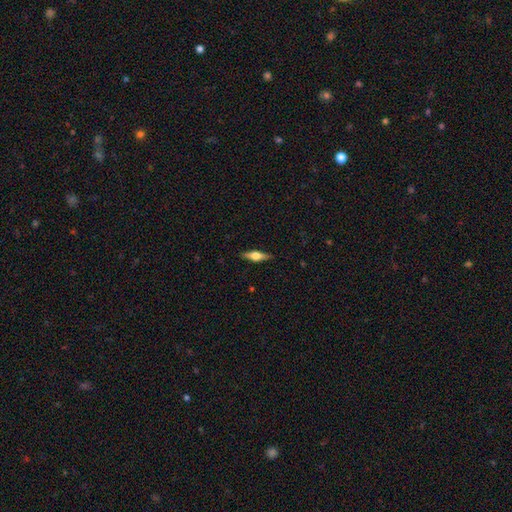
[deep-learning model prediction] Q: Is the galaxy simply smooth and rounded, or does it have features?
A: featured or disk — 60%.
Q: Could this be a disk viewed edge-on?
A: yes — 96%.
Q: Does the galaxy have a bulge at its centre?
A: rounded — 93%.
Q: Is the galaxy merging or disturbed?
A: none — 89%.